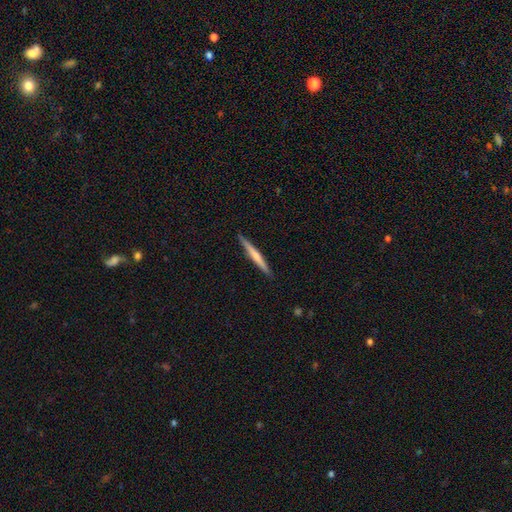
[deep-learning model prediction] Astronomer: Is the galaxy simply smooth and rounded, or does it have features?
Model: smooth — 49% (runner-up: featured or disk, 46%).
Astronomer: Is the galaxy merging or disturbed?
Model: none — 91%.